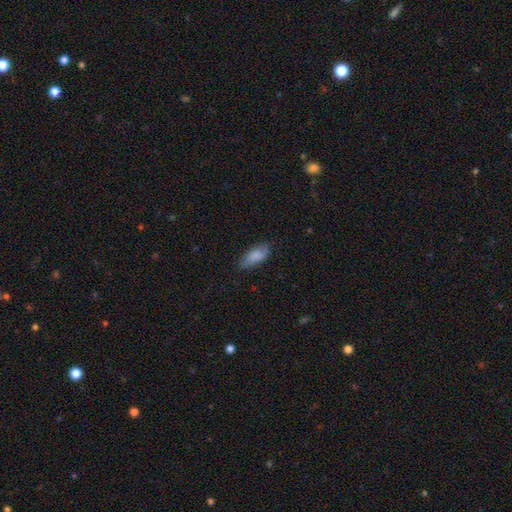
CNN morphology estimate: smooth_or_featured: smooth (p=0.83) [alt: featured or disk p=0.11]
how_rounded: in between (p=0.84) [alt: cigar-shaped p=0.14]
merging: none (p=0.70) [alt: minor disturbance p=0.24]